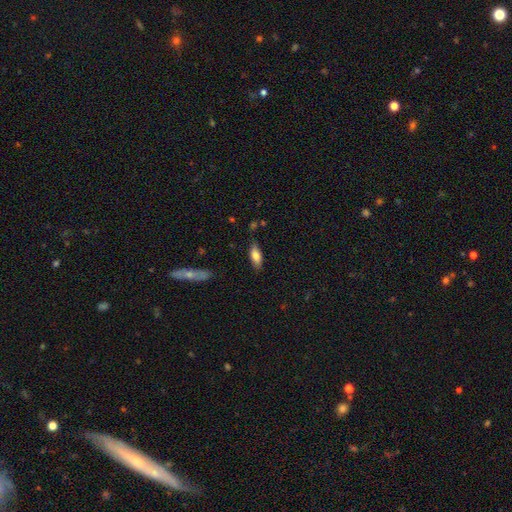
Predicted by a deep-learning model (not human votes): A smooth galaxy with no disk features (75%) that is in between round and cigar-shaped (73%).

Vote fractions:
- Smooth or featured? smooth: 75% / featured or disk: 19% / star or artifact: 6%
- How rounded? in between: 73% / cigar-shaped: 25% / round: 2%
- Merging? none: 80% / minor disturbance: 15% / major disturbance: 3% / merger: 2%